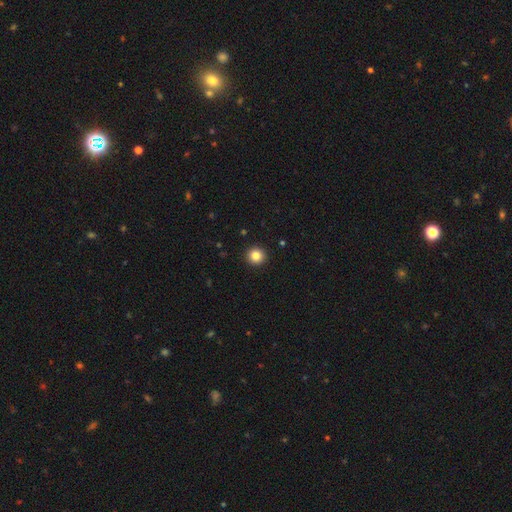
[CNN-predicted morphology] Smooth or featured?
  - smooth: 84% *
  - star or artifact: 11%
  - featured or disk: 6%
How rounded?
  - round: 94% *
  - in between: 5%
  - cigar-shaped: 1%
Merging?
  - none: 94% *
  - minor disturbance: 4%
  - major disturbance: 1%
  - merger: 1%